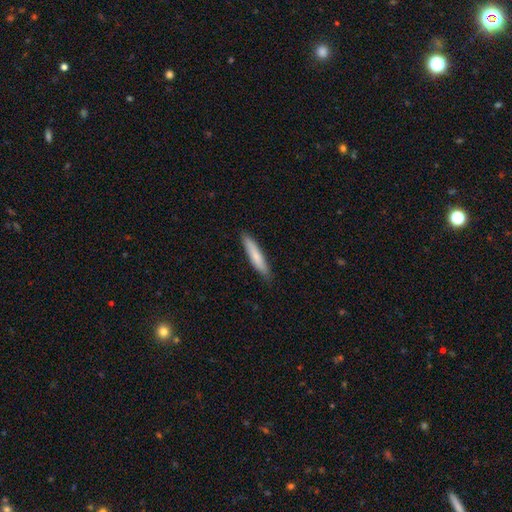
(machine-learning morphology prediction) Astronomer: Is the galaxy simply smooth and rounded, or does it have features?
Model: smooth — 76%.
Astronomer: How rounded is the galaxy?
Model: cigar-shaped — 91%.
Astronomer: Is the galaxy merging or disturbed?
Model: none — 87%.